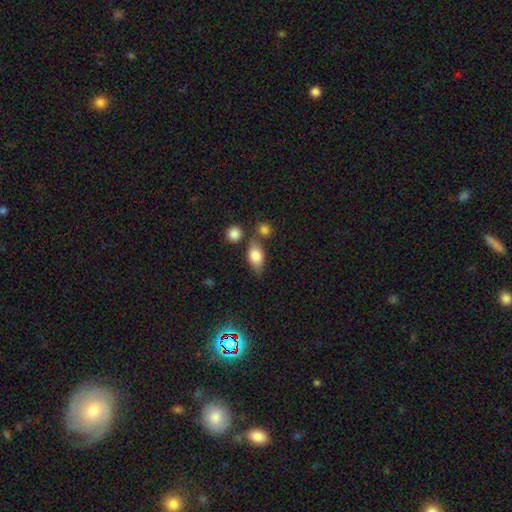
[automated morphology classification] This appears to be a smooth galaxy with no disk features (75%) that is in between round and cigar-shaped (83%). Merging: none (59%).